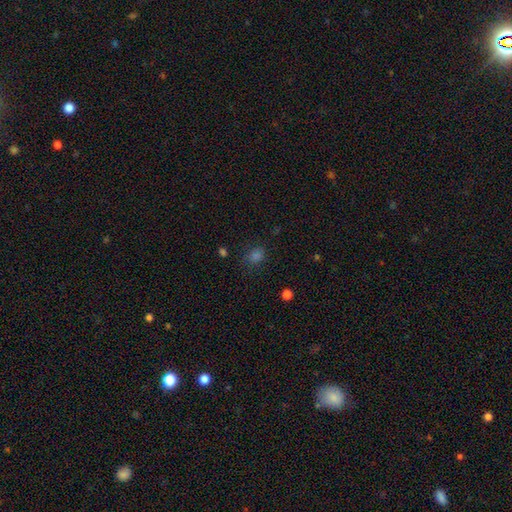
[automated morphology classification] Smooth or featured?
  - smooth: 67% *
  - star or artifact: 27%
  - featured or disk: 7%
How rounded?
  - round: 58% *
  - in between: 40%
  - cigar-shaped: 1%
Merging?
  - none: 76% *
  - minor disturbance: 15%
  - major disturbance: 7%
  - merger: 2%